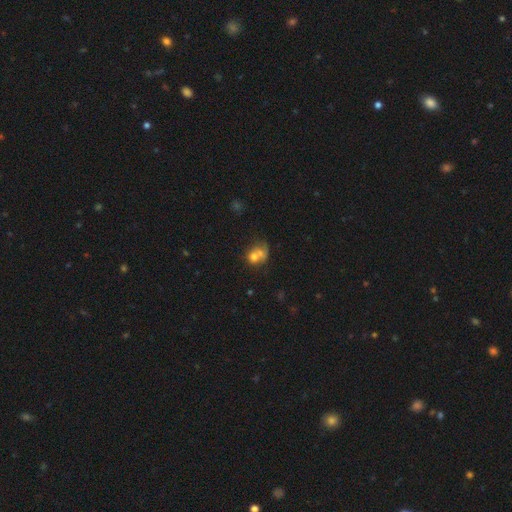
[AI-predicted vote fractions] Smooth or featured? Predicted: smooth (p=0.64). How rounded? Predicted: round (p=0.63). Merging? Predicted: merger (p=0.56).